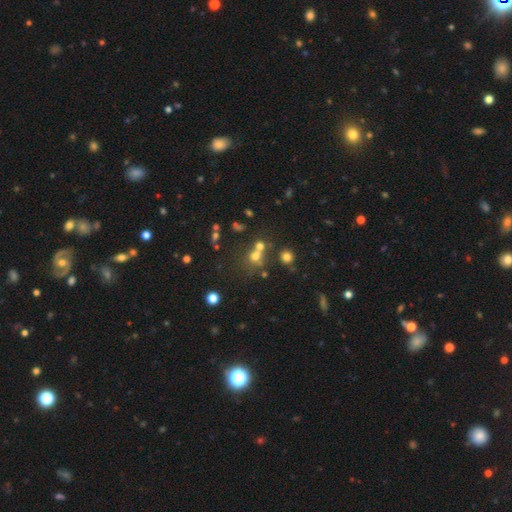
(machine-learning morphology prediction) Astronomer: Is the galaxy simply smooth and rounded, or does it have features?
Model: smooth — 58%.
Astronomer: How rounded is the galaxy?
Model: round — 79%.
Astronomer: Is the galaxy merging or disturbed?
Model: none — 45% (runner-up: merger, 40%).